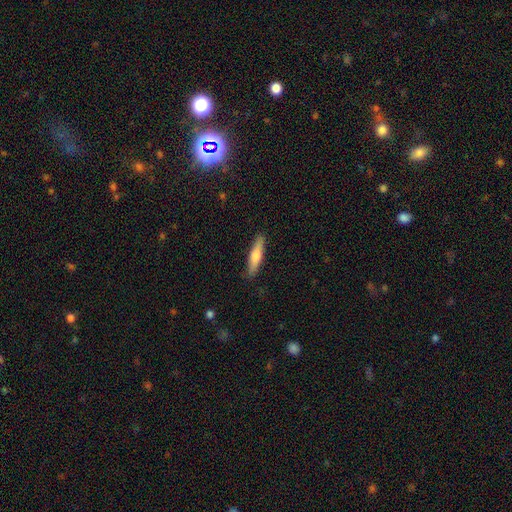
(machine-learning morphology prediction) This appears to be a smooth galaxy with no disk features (62%) that is cigar-shaped (82%). Merging: none (88%).